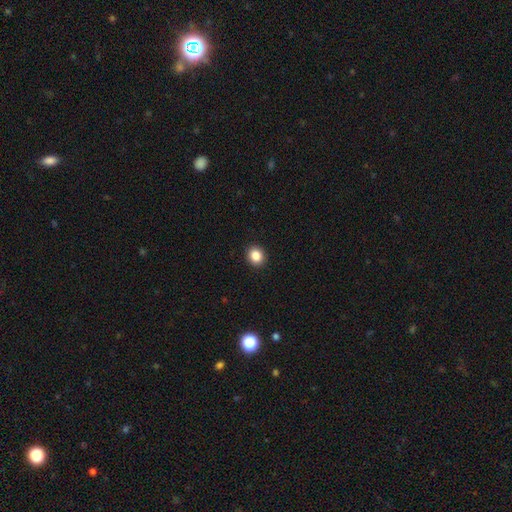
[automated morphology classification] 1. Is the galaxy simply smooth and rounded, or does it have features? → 86% smooth, 10% star or artifact, 4% featured or disk.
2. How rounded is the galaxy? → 75% round, 25% in between, 1% cigar-shaped.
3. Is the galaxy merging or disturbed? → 92% none, 5% minor disturbance, 2% major disturbance, 1% merger.